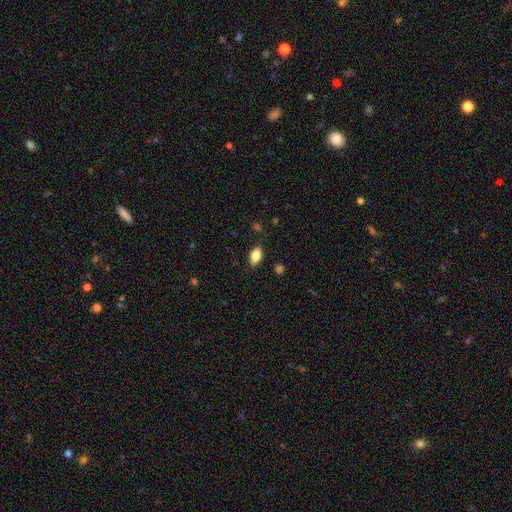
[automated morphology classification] A smooth galaxy with no disk features (81%) that is in between round and cigar-shaped (90%).

Vote fractions:
- Smooth or featured? smooth: 81% / featured or disk: 11% / star or artifact: 8%
- How rounded? in between: 90% / round: 5% / cigar-shaped: 5%
- Merging? none: 84% / minor disturbance: 12% / major disturbance: 3% / merger: 1%